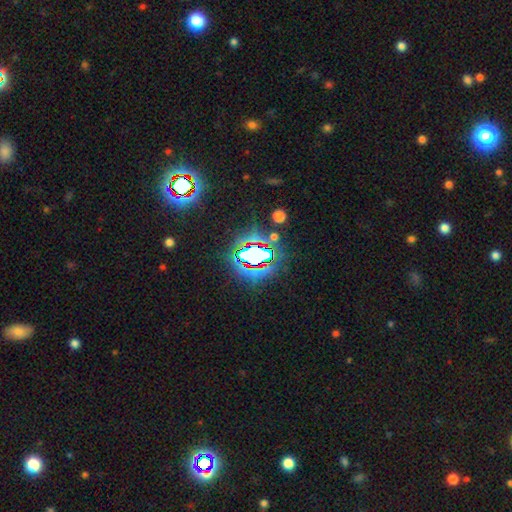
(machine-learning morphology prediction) The model was most divided on "smooth or featured": star or artifact: 70%, smooth: 18%, featured or disk: 12%.